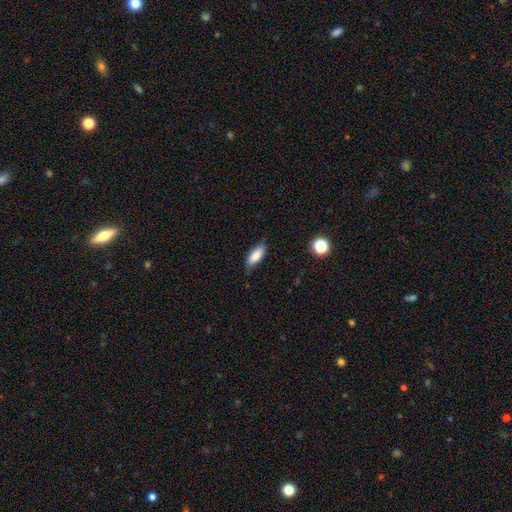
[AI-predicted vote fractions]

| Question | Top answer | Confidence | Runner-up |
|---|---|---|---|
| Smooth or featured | smooth | 83% | featured or disk (10%) |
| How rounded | in between | 72% | cigar-shaped (26%) |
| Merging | none | 77% | minor disturbance (18%) |